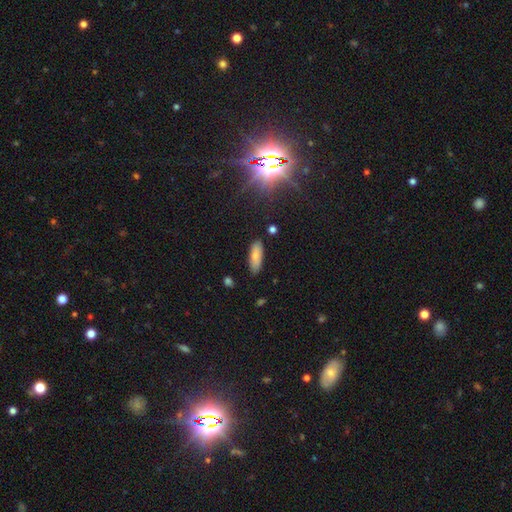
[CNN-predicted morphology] This appears to be a smooth galaxy with no disk features (77%) that is in between round and cigar-shaped (65%). Merging: none (84%).